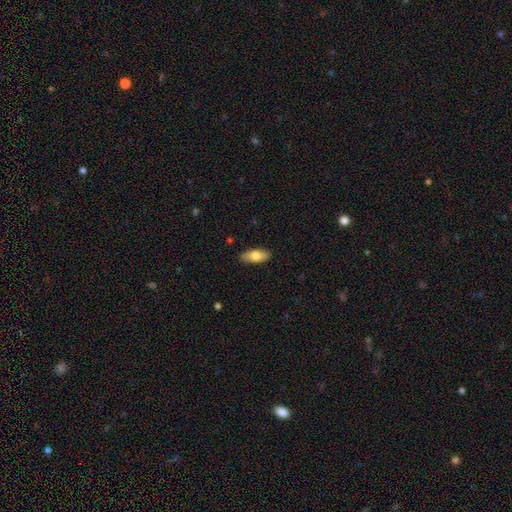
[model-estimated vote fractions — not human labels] smooth-or-featured: smooth: 74% | featured or disk: 20% | star or artifact: 6%
  how-rounded: in between: 83% | cigar-shaped: 14% | round: 3%
  merging: none: 88% | minor disturbance: 9% | major disturbance: 2% | merger: 1%